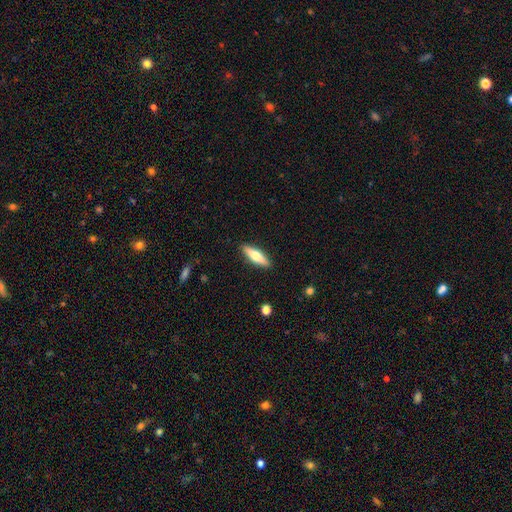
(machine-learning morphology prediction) smooth-or-featured: smooth: 54% | featured or disk: 40% | star or artifact: 6%
  how-rounded: cigar-shaped: 64% | in between: 34% | round: 2%
  merging: none: 90% | minor disturbance: 8% | major disturbance: 2% | merger: 1%